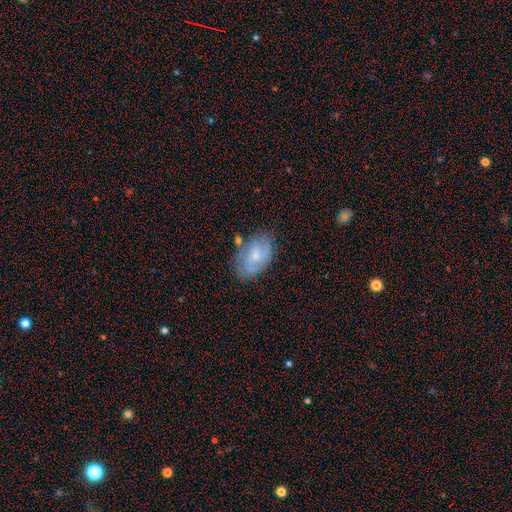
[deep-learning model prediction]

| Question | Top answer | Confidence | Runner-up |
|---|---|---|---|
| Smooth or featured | featured or disk | 57% | smooth (36%) |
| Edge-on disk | no | 95% | yes (5%) |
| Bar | no | 59% | weak (35%) |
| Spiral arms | yes | 72% | no (28%) |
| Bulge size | moderate | 44% | tied: small (44%) |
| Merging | none | 64% | minor disturbance (23%) |